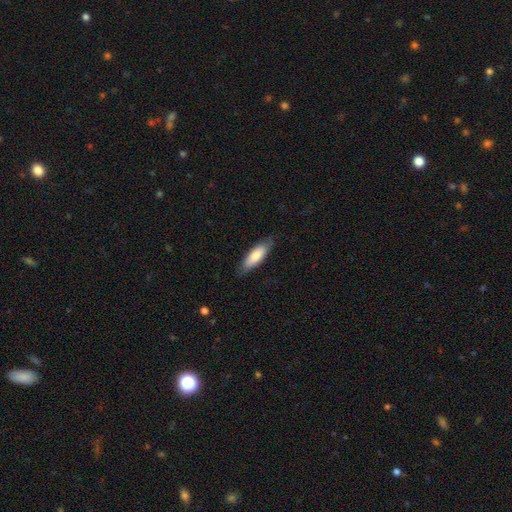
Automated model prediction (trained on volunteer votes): smooth_or_featured: smooth (p=0.78) [alt: featured or disk p=0.17]
how_rounded: in between (p=0.56) [alt: cigar-shaped p=0.43]
merging: none (p=0.80) [alt: minor disturbance p=0.16]